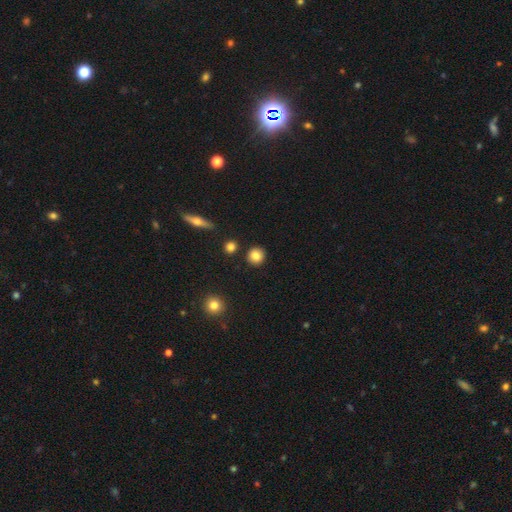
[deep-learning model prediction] Overall: smooth (85%). How rounded: round (91%). Merging: none (89%).